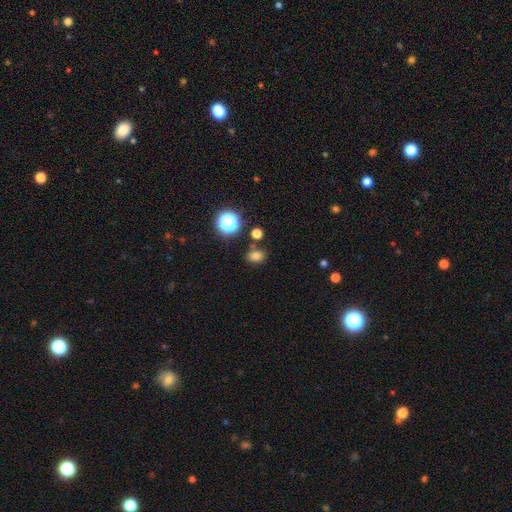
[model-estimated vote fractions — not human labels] Morphology: type=smooth (76%); roundness=in between (67%); merging=none (78%).